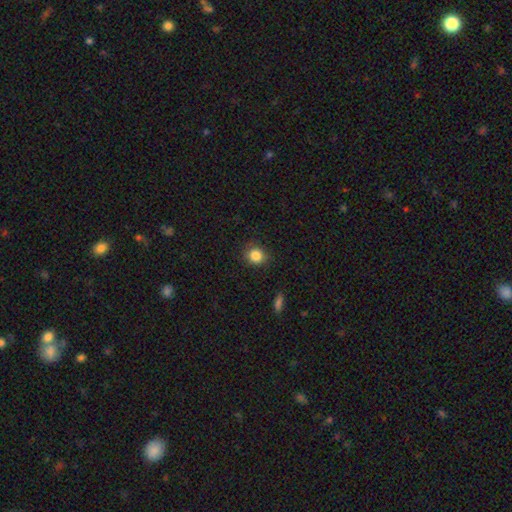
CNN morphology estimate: smooth_or_featured: smooth (p=0.85) [alt: star or artifact p=0.10]
how_rounded: round (p=0.85) [alt: in between p=0.14]
merging: none (p=0.85) [alt: minor disturbance p=0.11]